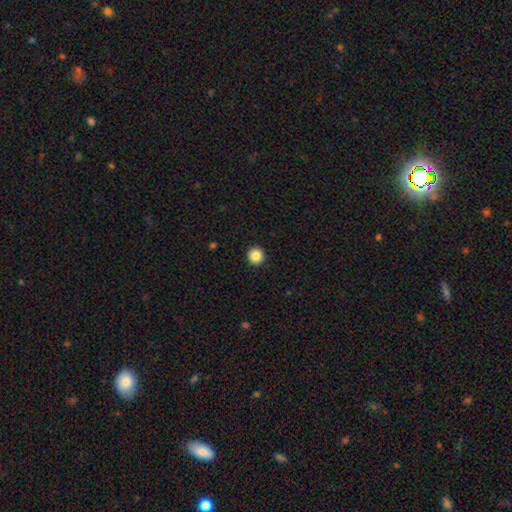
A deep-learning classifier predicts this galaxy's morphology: A smooth galaxy with no disk features (87%) that is round (95%). Merging: none (94%).